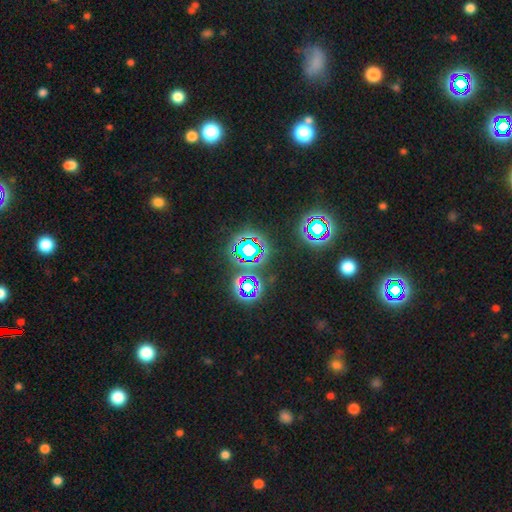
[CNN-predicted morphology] This is likely a star or artifact rather than a galaxy (65%).